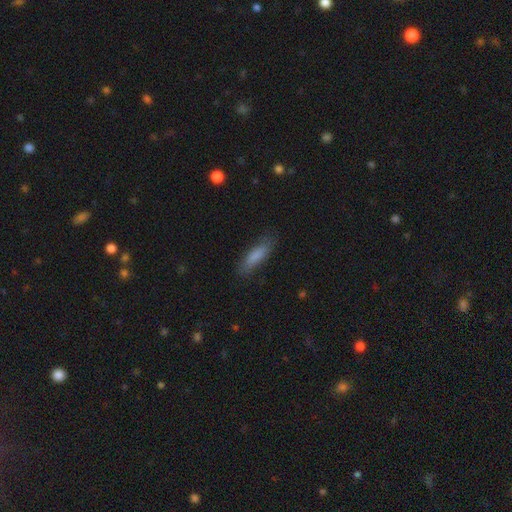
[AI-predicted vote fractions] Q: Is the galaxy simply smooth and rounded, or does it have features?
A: smooth — 80%.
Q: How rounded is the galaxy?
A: cigar-shaped — 59%.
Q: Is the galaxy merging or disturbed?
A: none — 78%.